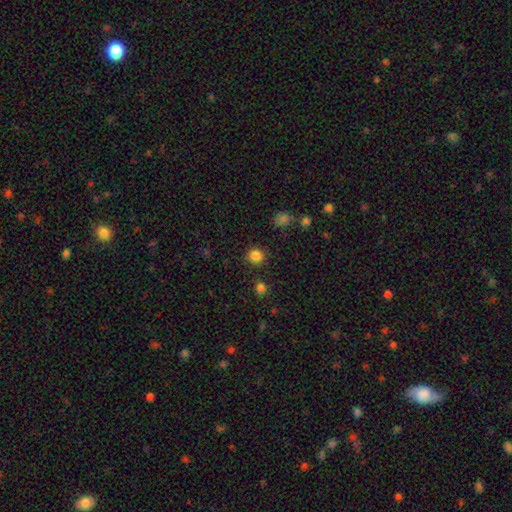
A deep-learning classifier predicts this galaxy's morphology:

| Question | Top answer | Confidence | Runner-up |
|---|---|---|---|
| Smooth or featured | smooth | 84% | star or artifact (13%) |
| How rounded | round | 91% | in between (8%) |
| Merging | none | 88% | minor disturbance (7%) |